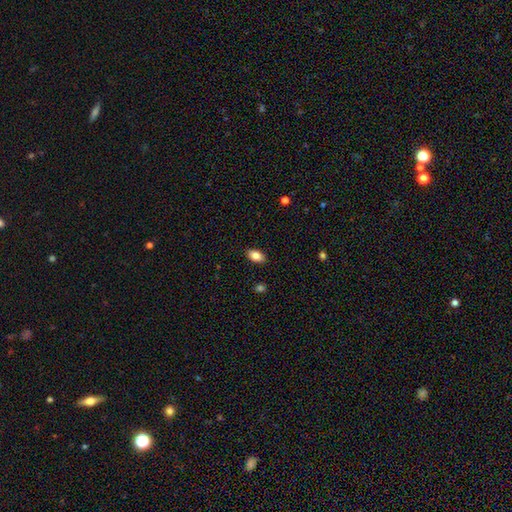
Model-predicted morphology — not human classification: Smooth or featured? smooth (84%)
How rounded? in between (91%)
Merging? none (89%)